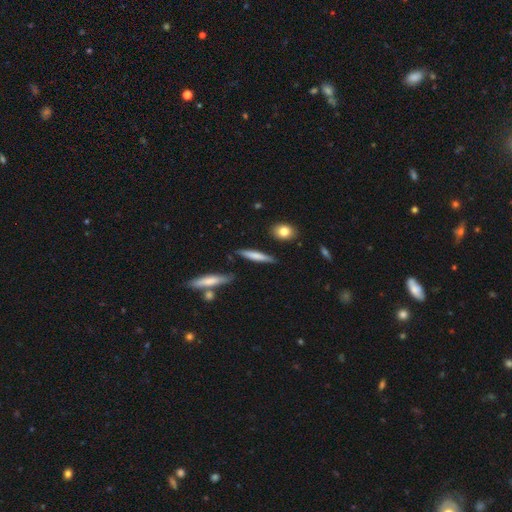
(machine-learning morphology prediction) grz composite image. It shows a smooth galaxy with no disk features (68%) that is cigar-shaped (87%). Merging: none (83%).